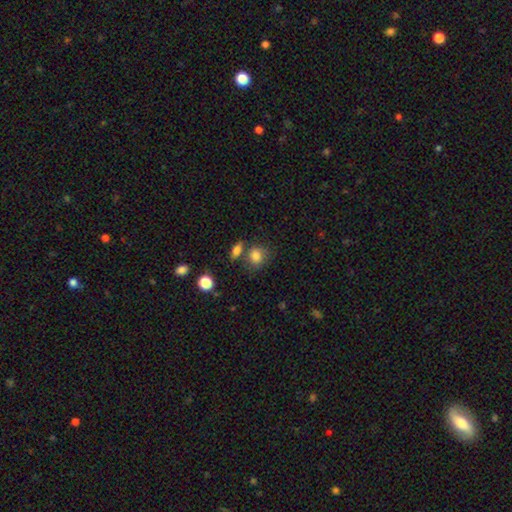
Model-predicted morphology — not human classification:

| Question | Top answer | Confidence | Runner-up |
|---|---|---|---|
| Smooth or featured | smooth | 83% | star or artifact (10%) |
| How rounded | round | 65% | in between (33%) |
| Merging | none | 62% | merger (18%) |